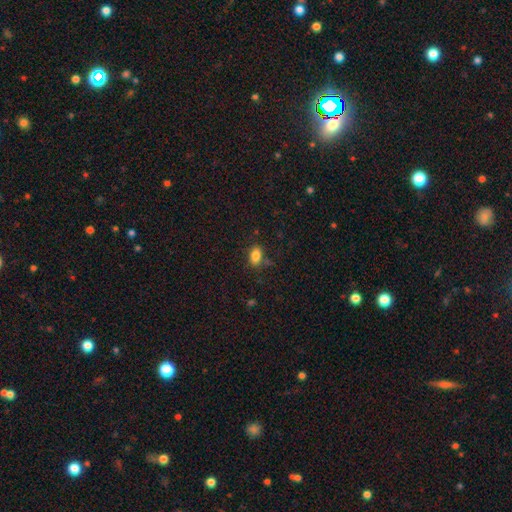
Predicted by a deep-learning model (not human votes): This appears to be a smooth galaxy with no disk features (84%) that is in between round and cigar-shaped (86%). Merging: none (76%).